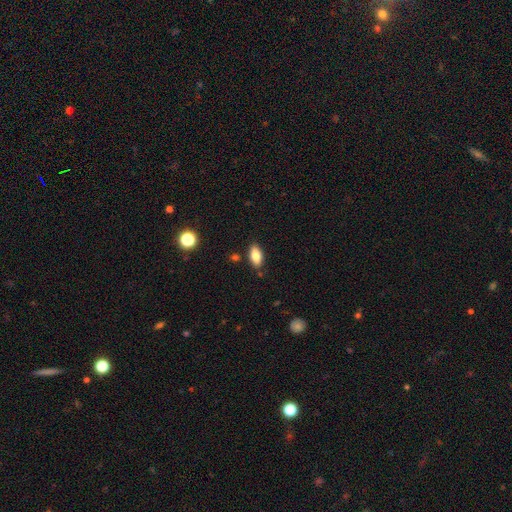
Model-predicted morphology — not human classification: A smooth galaxy with no disk features (81%) that is in between round and cigar-shaped (89%).

Vote fractions:
- Smooth or featured? smooth: 81% / featured or disk: 11% / star or artifact: 8%
- How rounded? in between: 89% / cigar-shaped: 8% / round: 4%
- Merging? none: 85% / minor disturbance: 11% / merger: 2% / major disturbance: 2%